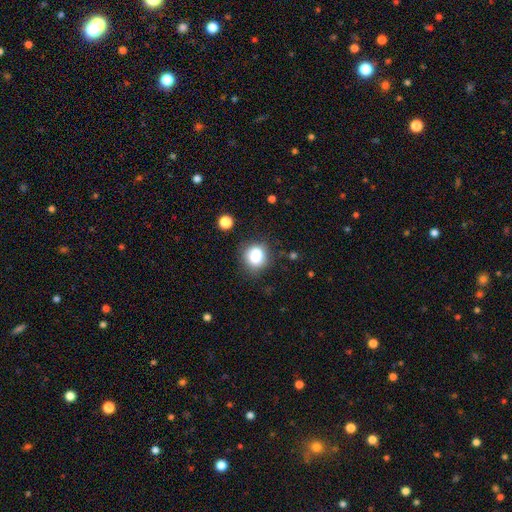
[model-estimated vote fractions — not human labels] Smooth or featured? smooth (83%)
How rounded? round (77%)
Merging? none (77%)